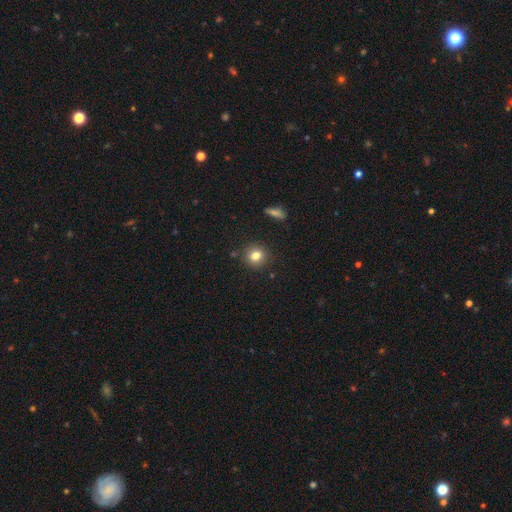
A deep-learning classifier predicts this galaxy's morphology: Smooth or featured?
  - smooth: 80% *
  - star or artifact: 11%
  - featured or disk: 8%
How rounded?
  - round: 87% *
  - in between: 12%
  - cigar-shaped: 1%
Merging?
  - none: 87% *
  - minor disturbance: 8%
  - merger: 2%
  - major disturbance: 2%